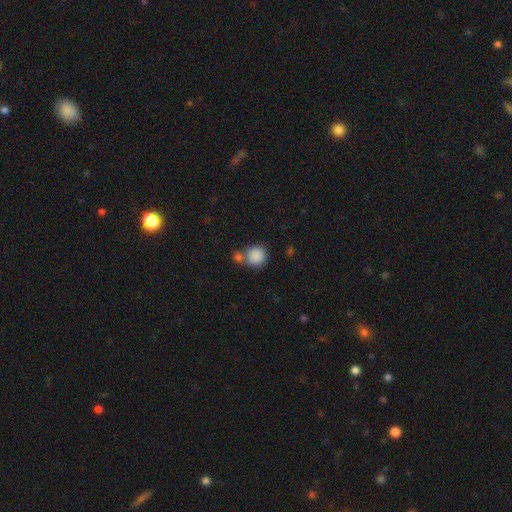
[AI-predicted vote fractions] Smooth or featured? smooth (87%)
How rounded? round (89%)
Merging? none (53%)